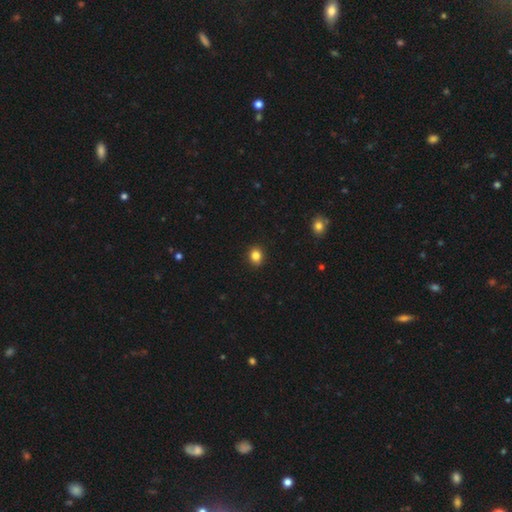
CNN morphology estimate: Smooth or featured?
  - smooth: 85% *
  - star or artifact: 11%
  - featured or disk: 5%
How rounded?
  - round: 67% *
  - in between: 32%
  - cigar-shaped: 1%
Merging?
  - none: 91% *
  - minor disturbance: 6%
  - major disturbance: 2%
  - merger: 1%